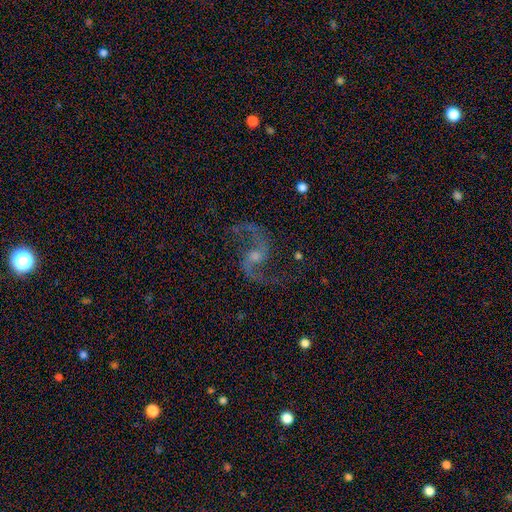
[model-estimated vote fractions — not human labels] Smooth or featured? featured or disk (89%)
Edge-on disk? no (98%)
Bar? no (46%)
Spiral arms? yes (98%)
Spiral winding? loose (58%)
Spiral arm count? 2 (94%)
Bulge size? small (49%)
Merging? none (79%)